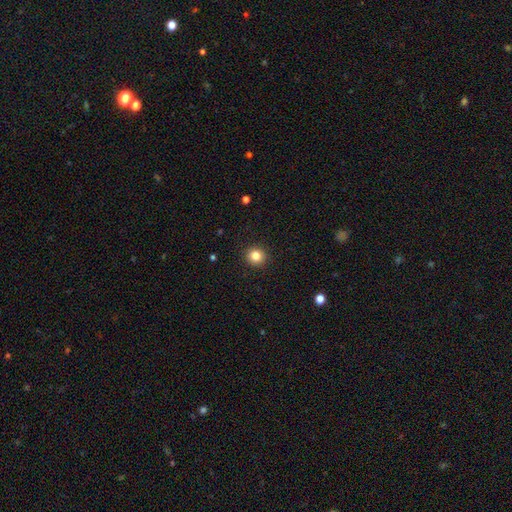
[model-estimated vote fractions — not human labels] Overall: smooth (83%). How rounded: round (90%). Merging: none (92%).